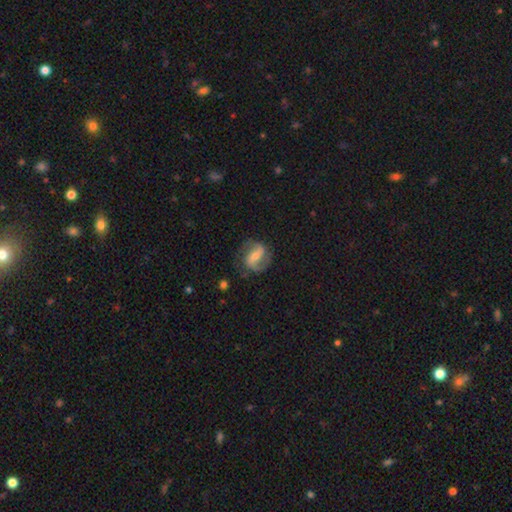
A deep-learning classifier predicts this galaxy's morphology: Smooth or featured? featured or disk (80%)
Edge-on disk? no (97%)
Bar? weak (40%, tied with strong)
Spiral arms? yes (93%)
Spiral winding? medium (48%)
Spiral arm count? 2 (89%)
Bulge size? small (45%)
Merging? none (74%)